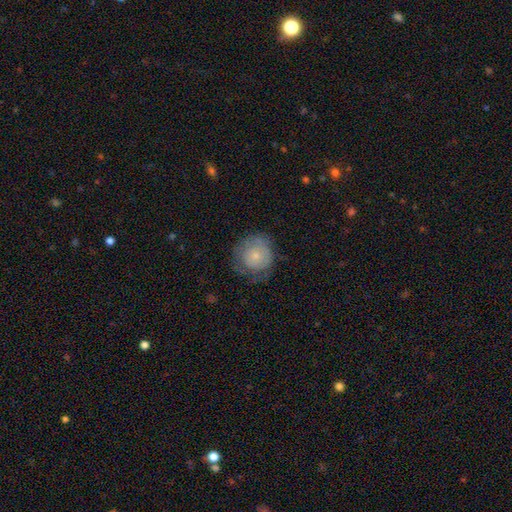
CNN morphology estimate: Smooth or featured? smooth (66%)
How rounded? round (90%)
Merging? none (59%)